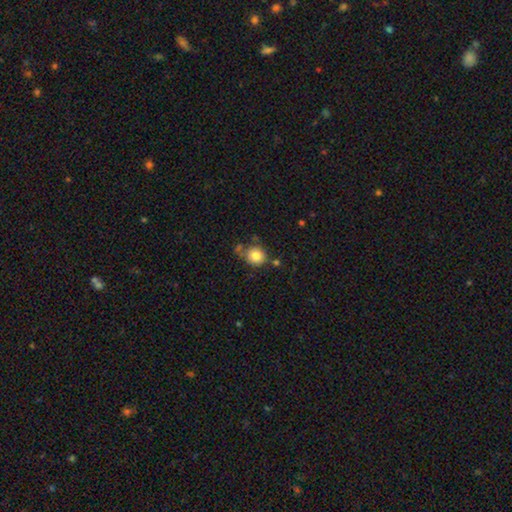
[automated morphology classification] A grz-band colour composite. It shows a smooth galaxy with no disk features (82%) that is round (86%). Merging: none (67%).